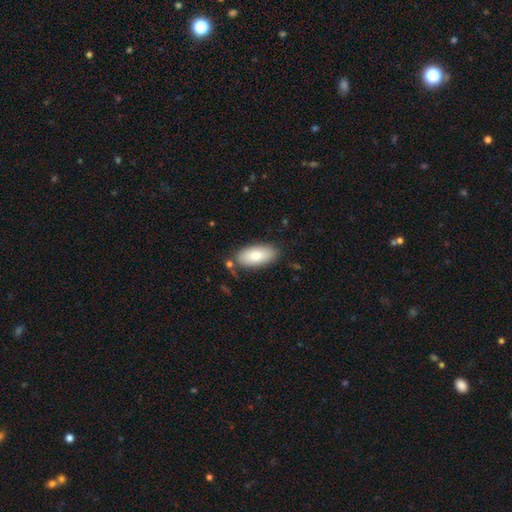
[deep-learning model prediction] A smooth galaxy with no disk features (80%) that is in between round and cigar-shaped (92%).

Vote fractions:
- Smooth or featured? smooth: 80% / featured or disk: 13% / star or artifact: 6%
- How rounded? in between: 92% / cigar-shaped: 5% / round: 2%
- Merging? none: 80% / minor disturbance: 13% / merger: 4% / major disturbance: 3%